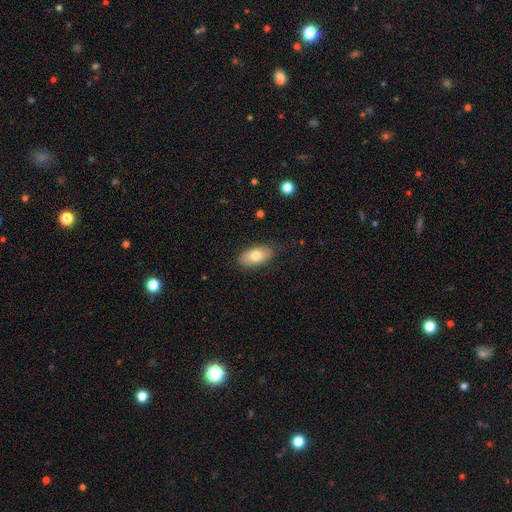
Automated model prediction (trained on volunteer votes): Morphology: type=smooth (74%); roundness=in between (92%); merging=none (82%).